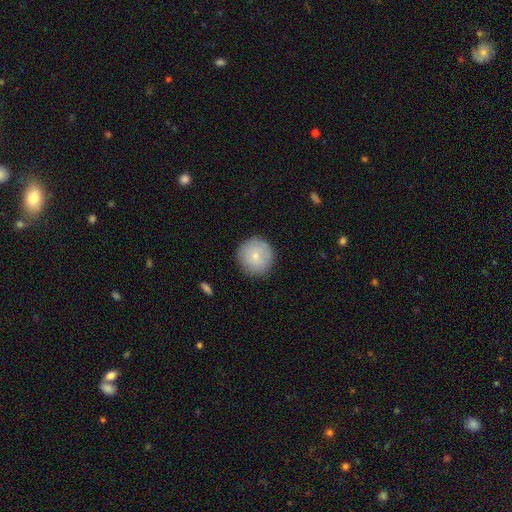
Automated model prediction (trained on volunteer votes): A smooth galaxy with no disk features (75%) that is round (95%). Merging: none (86%).